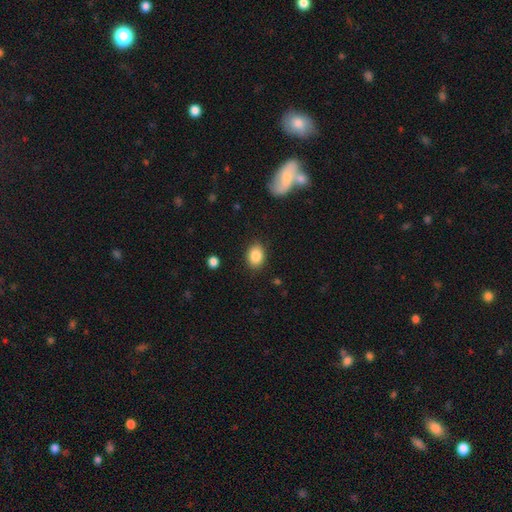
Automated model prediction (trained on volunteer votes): A smooth galaxy with no disk features (86%) that is in between round and cigar-shaped (65%). Merging: none (87%).